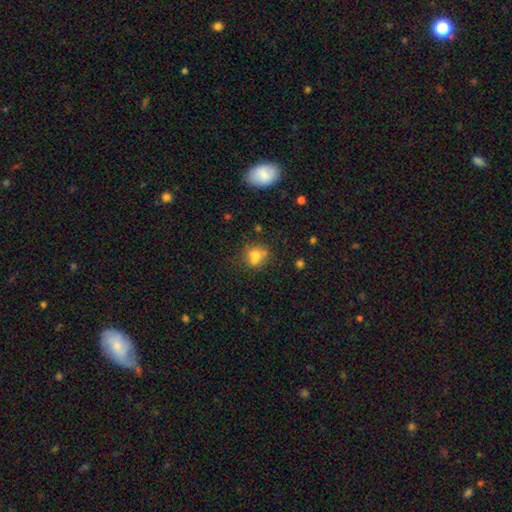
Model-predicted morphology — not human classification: smooth-or-featured: smooth: 67% | featured or disk: 19% | star or artifact: 15%
  how-rounded: round: 70% | in between: 28% | cigar-shaped: 2%
  merging: none: 55% | merger: 20% | minor disturbance: 18% | major disturbance: 7%